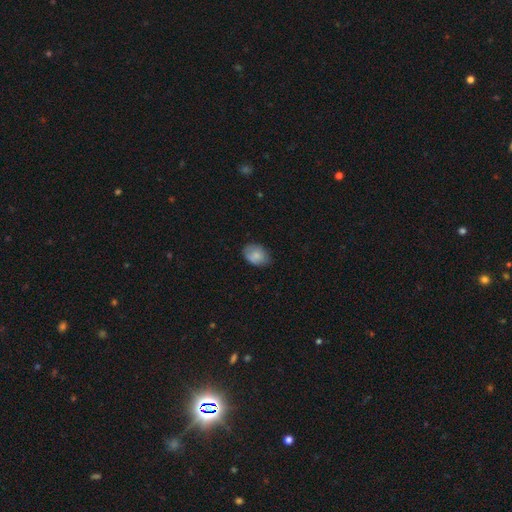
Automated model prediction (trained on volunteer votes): A smooth galaxy with no disk features (81%) that is in between round and cigar-shaped (75%). Merging: none (74%).